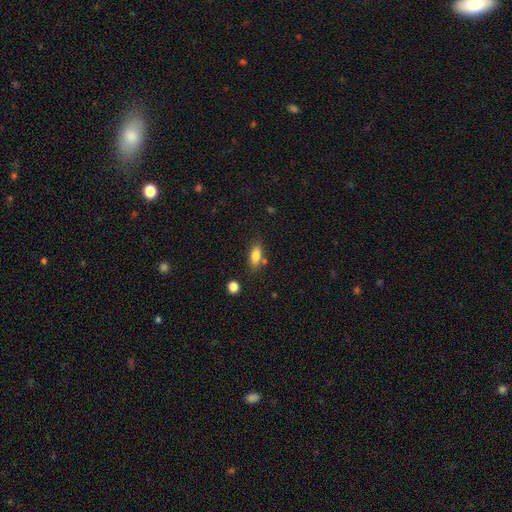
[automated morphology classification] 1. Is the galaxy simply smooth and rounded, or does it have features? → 81% smooth, 11% featured or disk, 8% star or artifact.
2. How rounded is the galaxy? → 81% in between, 15% cigar-shaped, 4% round.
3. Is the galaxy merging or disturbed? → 74% none, 14% minor disturbance, 8% merger, 4% major disturbance.